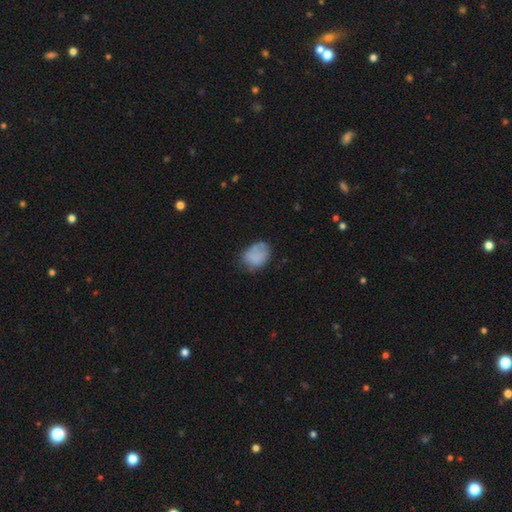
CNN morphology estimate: type=smooth (77%); roundness=in between (67%); merging=none (50%).